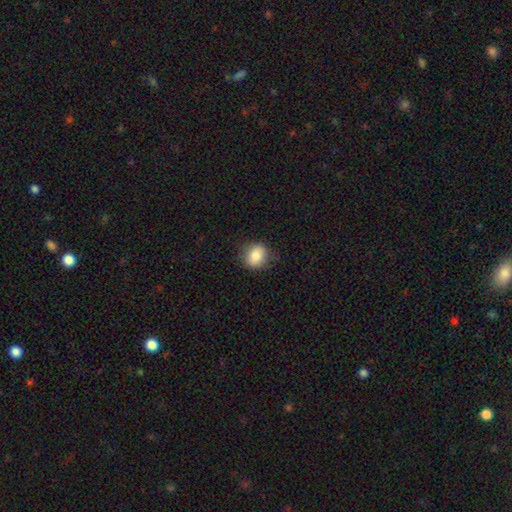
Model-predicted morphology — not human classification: smooth 83%, star or artifact 9%, featured or disk 8%. Down the decision tree: how rounded — round (71%); merging — none (82%).